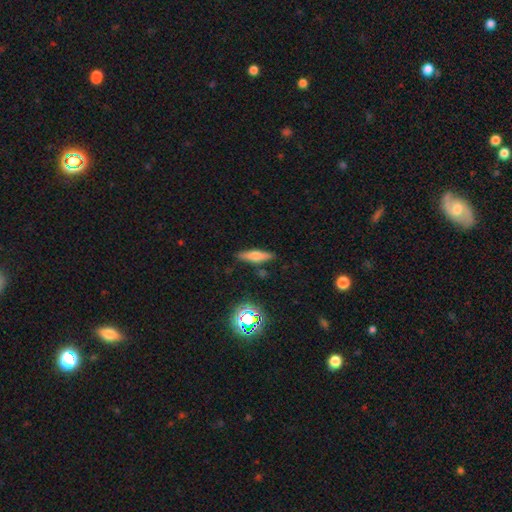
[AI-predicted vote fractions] Q: Smooth or featured?
A: smooth (57%); runner-up: featured or disk (31%)
Q: How rounded?
A: cigar-shaped (71%); runner-up: in between (26%)
Q: Merging?
A: none (84%); runner-up: minor disturbance (11%)